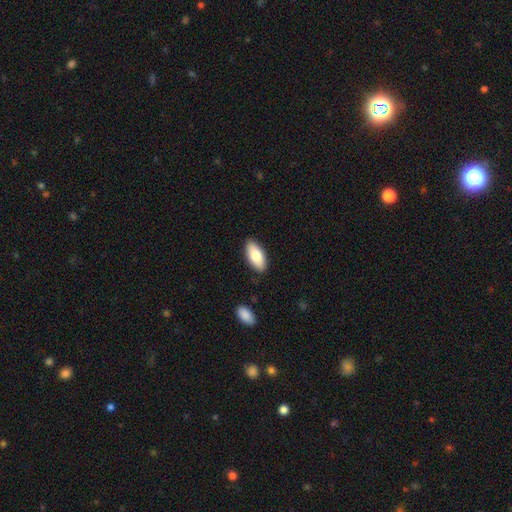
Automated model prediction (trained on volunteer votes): smooth-or-featured: smooth: 80% | featured or disk: 14% | star or artifact: 6%
  how-rounded: in between: 90% | cigar-shaped: 8% | round: 2%
  merging: none: 87% | minor disturbance: 9% | major disturbance: 2% | merger: 2%